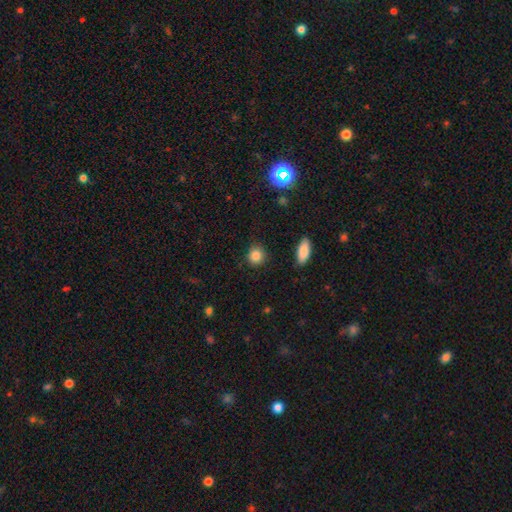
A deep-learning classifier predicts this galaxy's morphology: smooth_or_featured: smooth (p=0.86) [alt: star or artifact p=0.10]
how_rounded: round (p=0.83) [alt: in between p=0.16]
merging: none (p=0.84) [alt: minor disturbance p=0.11]